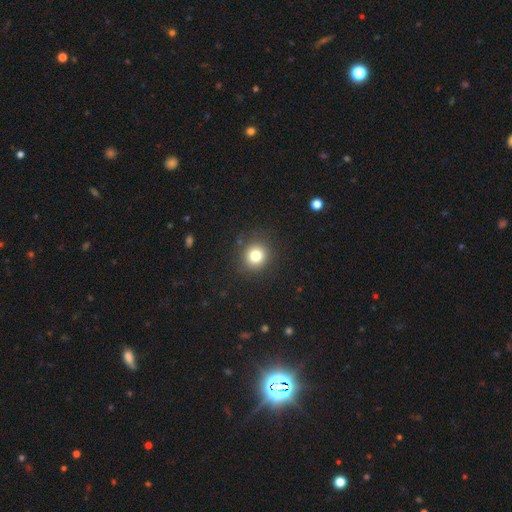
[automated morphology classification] smooth_or_featured: smooth (p=0.81) [alt: star or artifact p=0.12]
how_rounded: round (p=0.90) [alt: in between p=0.09]
merging: none (p=0.89) [alt: minor disturbance p=0.07]